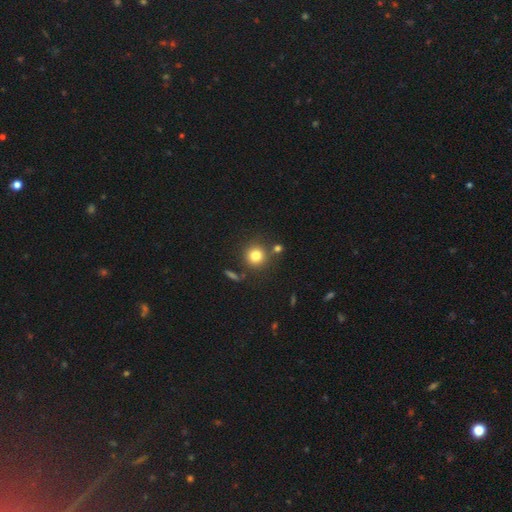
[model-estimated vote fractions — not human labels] smooth_or_featured: smooth (p=0.80) [alt: star or artifact p=0.12]
how_rounded: round (p=0.92) [alt: in between p=0.07]
merging: none (p=0.78) [alt: merger p=0.10]